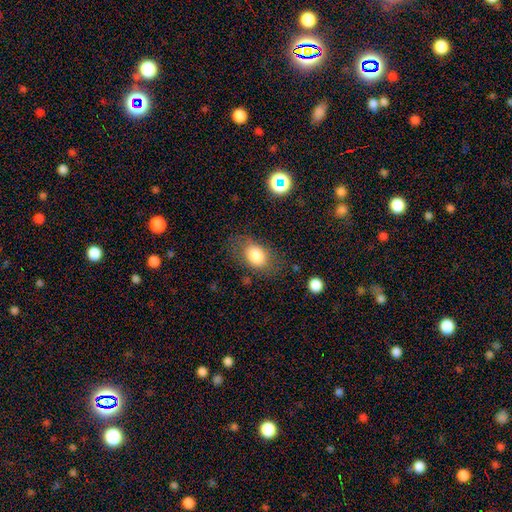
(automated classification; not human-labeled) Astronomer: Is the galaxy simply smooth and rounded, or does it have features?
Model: smooth — 80%.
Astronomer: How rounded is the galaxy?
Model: in between — 77%.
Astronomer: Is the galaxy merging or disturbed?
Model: none — 70%.